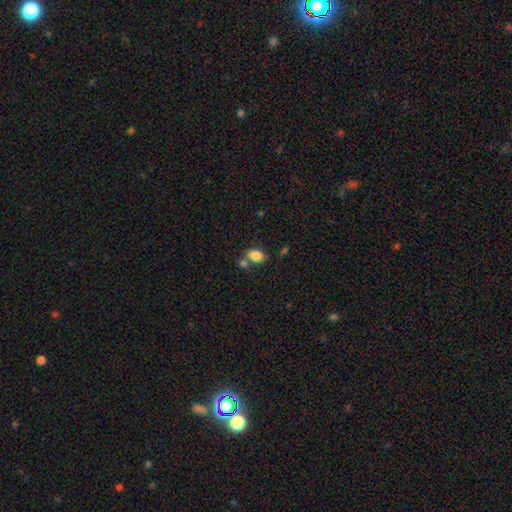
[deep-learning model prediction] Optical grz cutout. It shows a smooth galaxy with no disk features (84%) that is in between round and cigar-shaped (81%). Merging: none (56%).